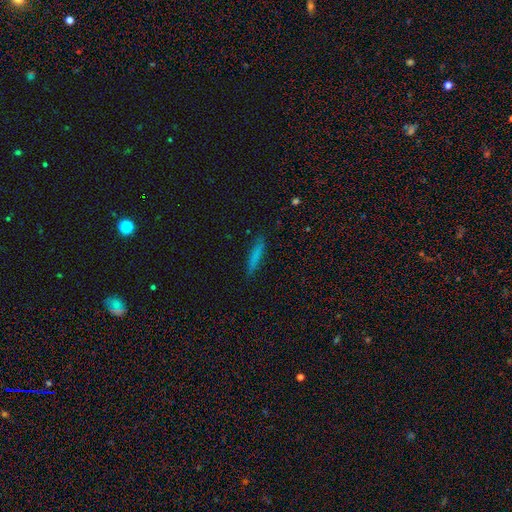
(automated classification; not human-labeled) A smooth galaxy with no disk features (75%) that is cigar-shaped (91%). Merging: none (87%).